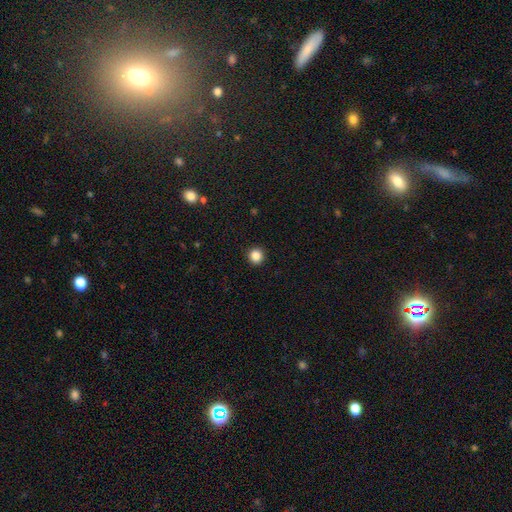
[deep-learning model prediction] This is clearly a smooth galaxy (86%). How rounded: clearly round (95%). Merging: clearly none (93%).